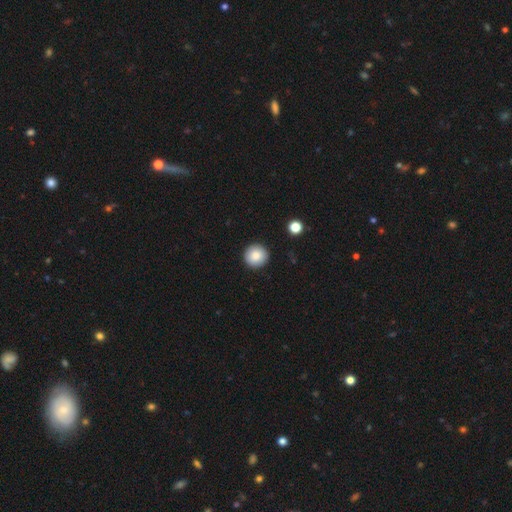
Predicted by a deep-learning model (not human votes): Smooth or featured? Predicted: smooth (p=0.86). How rounded? Predicted: round (p=0.95). Merging? Predicted: none (p=0.92).